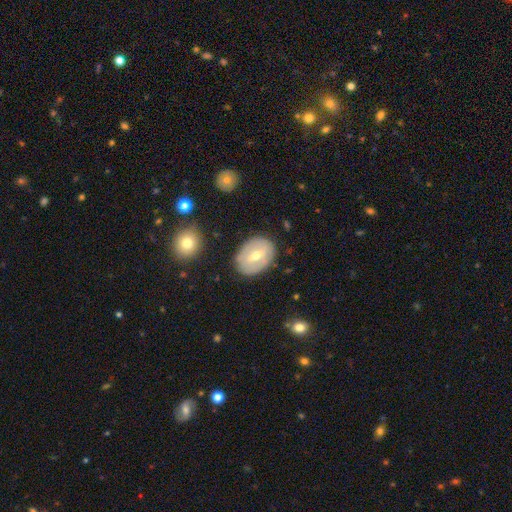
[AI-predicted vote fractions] Overall: featured or disk (47%; smooth 46%). Merging: none (82%).